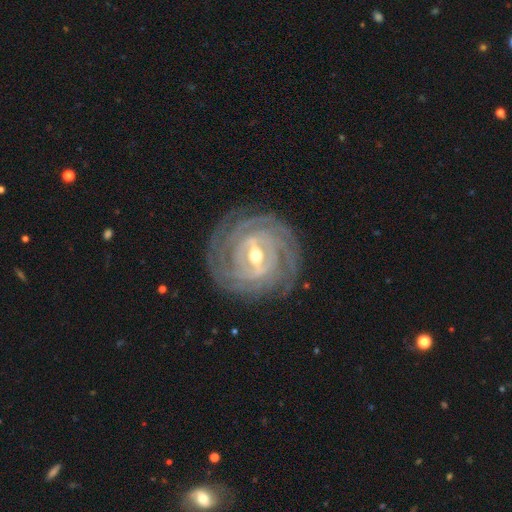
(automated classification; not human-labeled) This appears to be a featured or disk galaxy (92%) with a strong bar (59%), 4 (25%) tight (87%) spiral arms (98%) and a moderate central bulge (61%). Merging: none (85%).